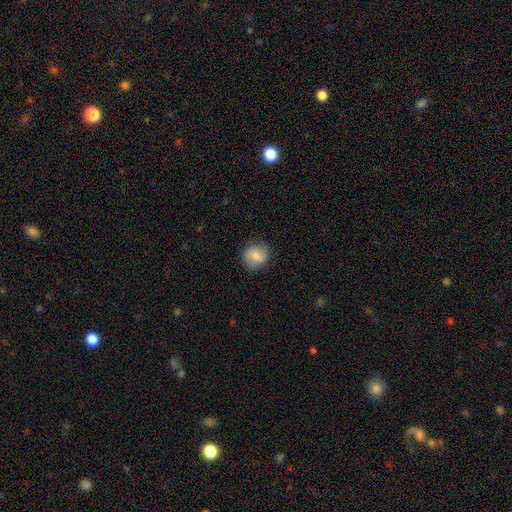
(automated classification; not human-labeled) Overall: smooth (61%; featured or disk 31%). How rounded: round (80%). Merging: none (82%).